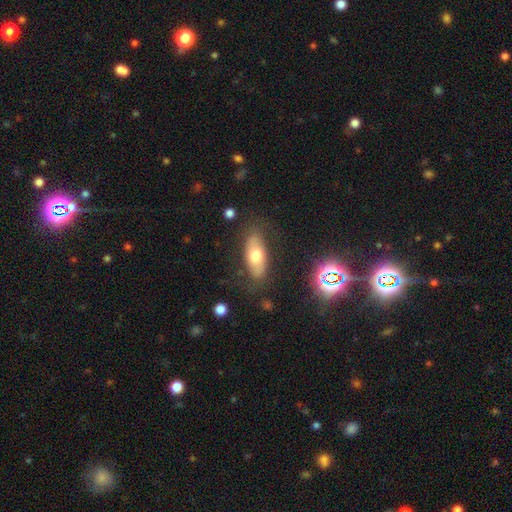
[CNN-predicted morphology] This appears to be a smooth galaxy with no disk features (63%) that is in between round and cigar-shaped (84%). Merging: none (77%).